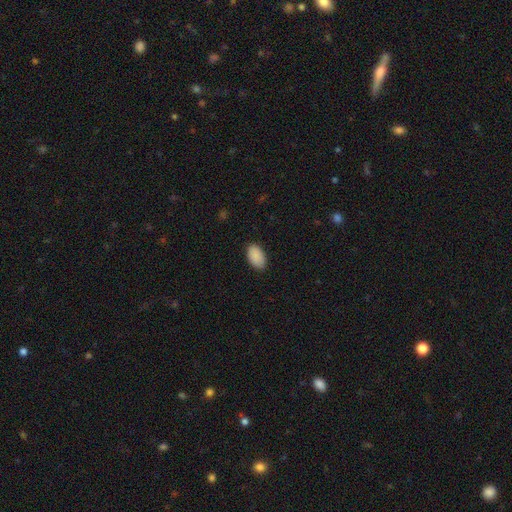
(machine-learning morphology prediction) This appears to be a smooth galaxy with no disk features (90%) that is in between round and cigar-shaped (94%). Merging: none (86%).